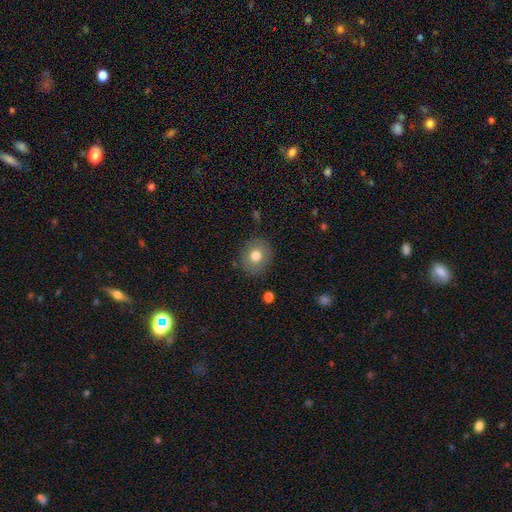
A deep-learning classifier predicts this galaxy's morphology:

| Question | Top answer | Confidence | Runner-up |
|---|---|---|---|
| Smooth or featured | smooth | 75% | featured or disk (16%) |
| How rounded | round | 78% | in between (21%) |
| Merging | none | 87% | minor disturbance (9%) |